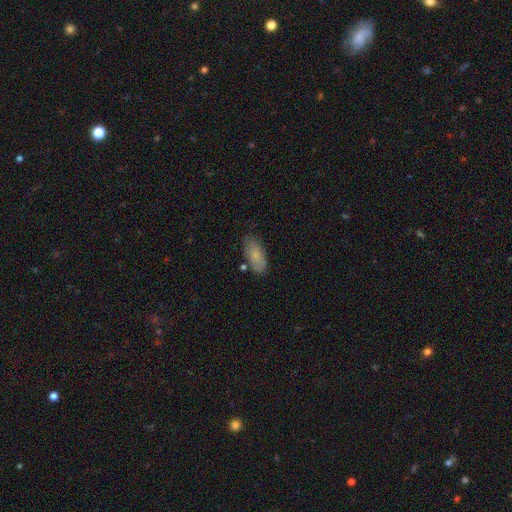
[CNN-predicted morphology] type=smooth (80%); roundness=in between (87%); merging=none (75%).